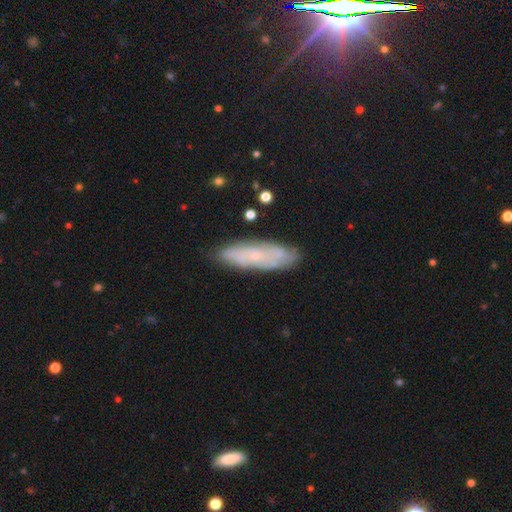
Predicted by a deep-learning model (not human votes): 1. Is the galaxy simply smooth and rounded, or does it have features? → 48% featured or disk, 40% smooth, 12% star or artifact.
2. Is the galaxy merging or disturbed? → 82% none, 13% minor disturbance, 3% major disturbance, 2% merger.